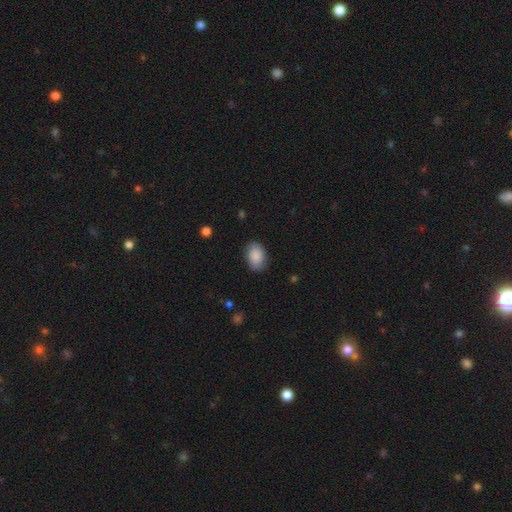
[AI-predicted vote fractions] A smooth galaxy with no disk features (86%) that is in between round and cigar-shaped (86%). Merging: none (81%).